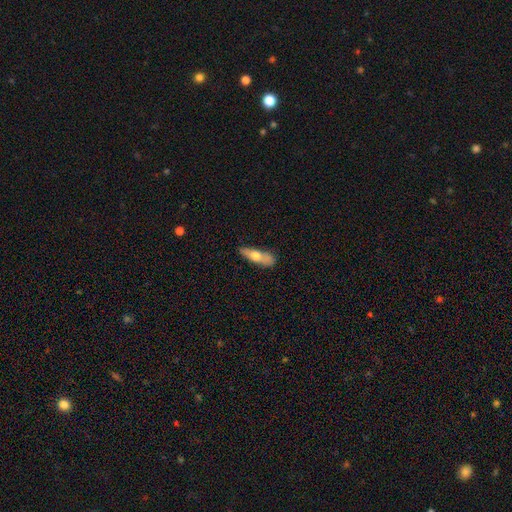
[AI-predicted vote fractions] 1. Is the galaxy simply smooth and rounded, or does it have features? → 61% smooth, 33% featured or disk, 6% star or artifact.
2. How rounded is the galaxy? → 56% cigar-shaped, 41% in between, 3% round.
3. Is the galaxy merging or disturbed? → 70% none, 21% minor disturbance, 6% major disturbance, 4% merger.